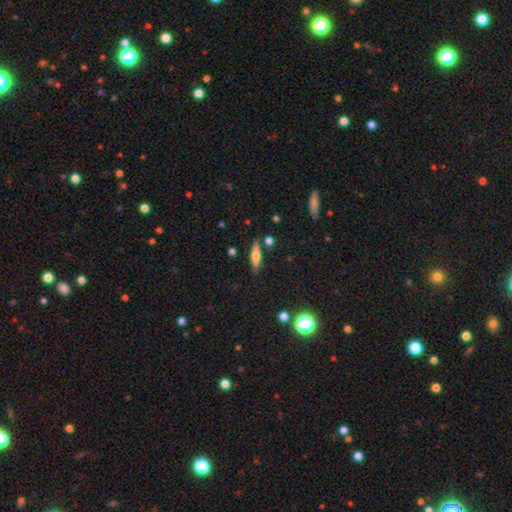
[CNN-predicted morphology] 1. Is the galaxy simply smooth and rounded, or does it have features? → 50% smooth, 42% featured or disk, 8% star or artifact.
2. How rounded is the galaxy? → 67% cigar-shaped, 30% in between, 3% round.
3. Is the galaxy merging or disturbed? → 83% none, 10% minor disturbance, 4% merger, 3% major disturbance.